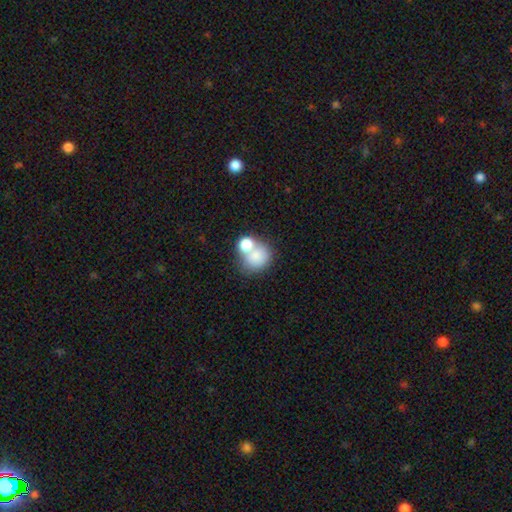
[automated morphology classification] A smooth galaxy with no disk features (76%) that is round (72%).

Vote fractions:
- Smooth or featured? smooth: 76% / featured or disk: 14% / star or artifact: 10%
- How rounded? round: 72% / in between: 27% / cigar-shaped: 1%
- Merging? merger: 50% / none: 35% / minor disturbance: 9% / major disturbance: 6%